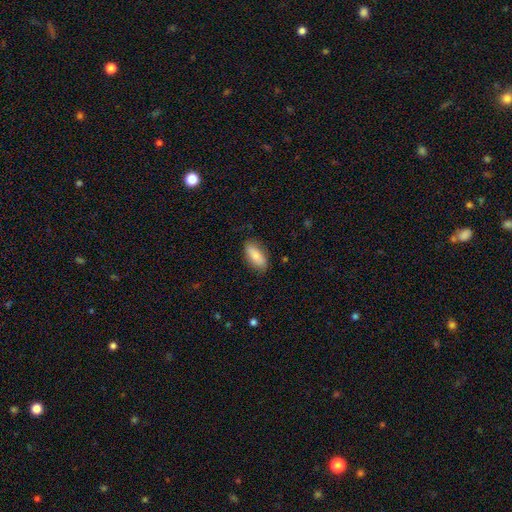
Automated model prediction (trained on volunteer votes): This is clearly a smooth galaxy (80%). How rounded: clearly in between (83%). Merging: clearly none (82%).